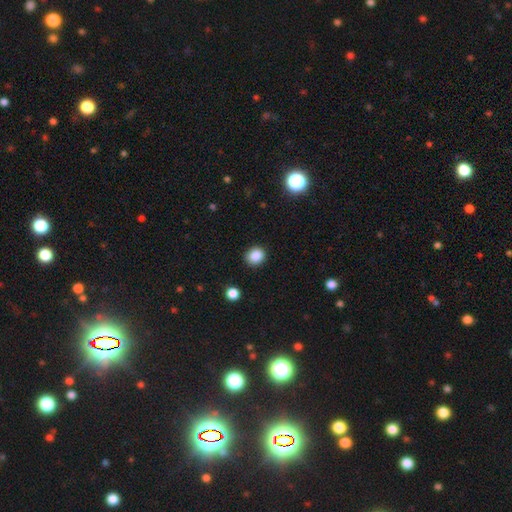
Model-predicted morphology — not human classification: A smooth galaxy with no disk features (86%) that is round (77%). Merging: none (88%).